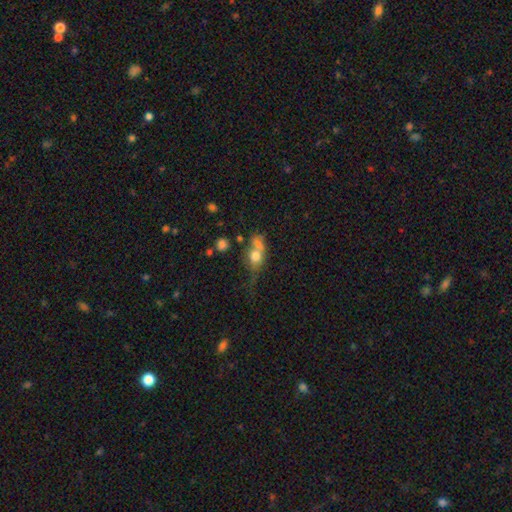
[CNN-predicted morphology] Smooth or featured?
  - smooth: 68% *
  - featured or disk: 20%
  - star or artifact: 12%
How rounded?
  - round: 50% *
  - in between: 45%
  - cigar-shaped: 5%
Merging?
  - merger: 53% *
  - none: 23%
  - major disturbance: 12%
  - minor disturbance: 12%